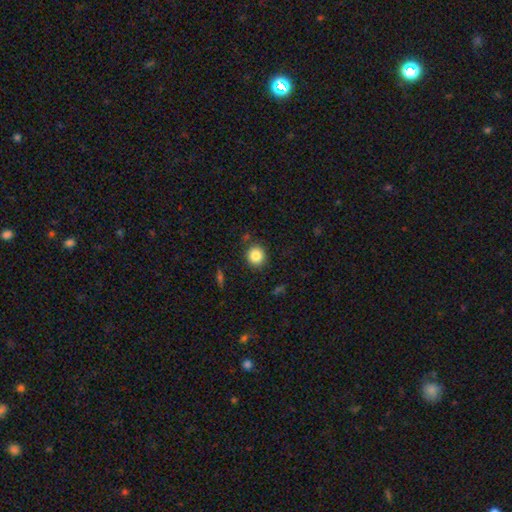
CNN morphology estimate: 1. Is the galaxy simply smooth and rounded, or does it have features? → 85% smooth, 10% star or artifact, 5% featured or disk.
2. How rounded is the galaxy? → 91% round, 8% in between, 1% cigar-shaped.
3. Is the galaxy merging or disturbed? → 86% none, 8% minor disturbance, 3% merger, 3% major disturbance.